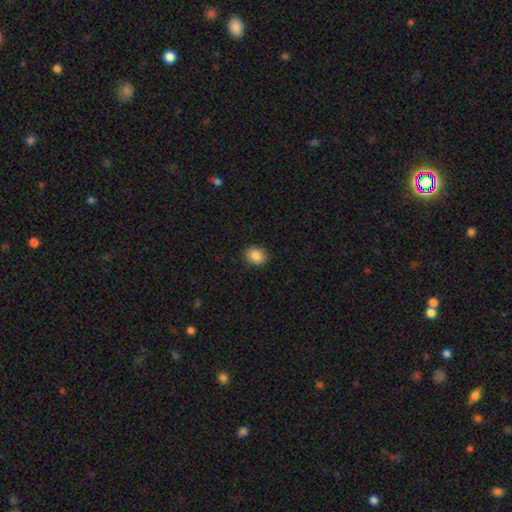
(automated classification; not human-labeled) The model was most divided on "how rounded": round: 59%, in between: 40%, cigar-shaped: 1%. More confident: merging — none (90%); smooth or featured — smooth (87%).